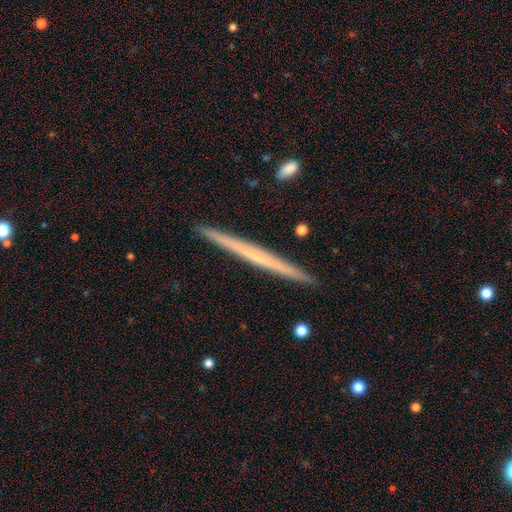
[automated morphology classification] featured or disk 56%, smooth 38%, star or artifact 6%. Down the decision tree: edge-on disk — yes (98%); edge-on bulge — none (84%); merging — none (93%).